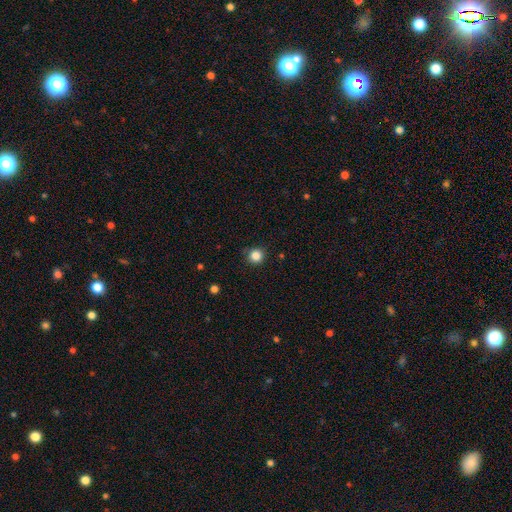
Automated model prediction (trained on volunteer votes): A smooth galaxy with no disk features (84%) that is round (93%).

Vote fractions:
- Smooth or featured? smooth: 84% / star or artifact: 12% / featured or disk: 4%
- How rounded? round: 93% / in between: 6% / cigar-shaped: 1%
- Merging? none: 86% / minor disturbance: 10% / major disturbance: 2% / merger: 1%